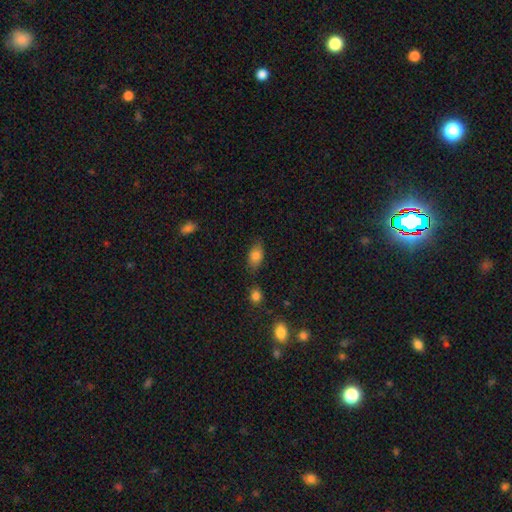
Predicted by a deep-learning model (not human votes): Smooth or featured: smooth — 81% (featured or disk — 10%)
How rounded: in between — 86% (round — 10%)
Merging: none — 74% (minor disturbance — 17%)